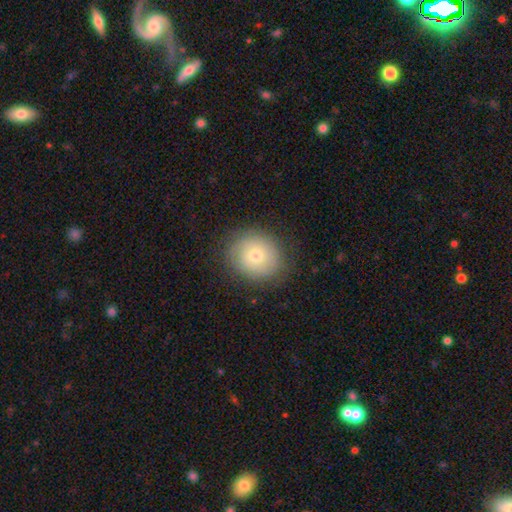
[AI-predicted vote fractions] A smooth galaxy with no disk features (62%) that is round (77%).

Vote fractions:
- Smooth or featured? smooth: 62% / featured or disk: 29% / star or artifact: 9%
- How rounded? round: 77% / in between: 22% / cigar-shaped: 1%
- Merging? none: 82% / minor disturbance: 13% / major disturbance: 4% / merger: 1%